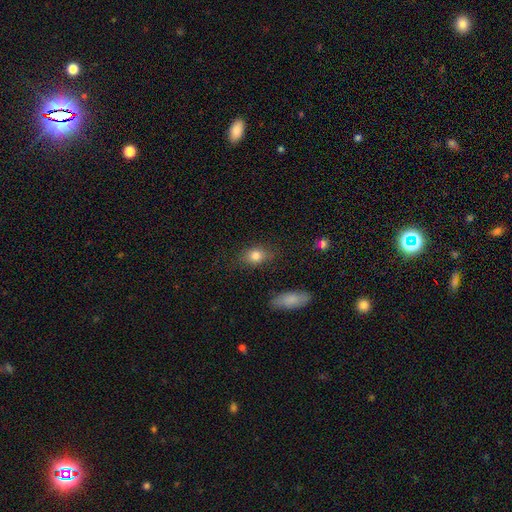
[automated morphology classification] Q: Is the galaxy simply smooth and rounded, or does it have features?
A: smooth — 81%.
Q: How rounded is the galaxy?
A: in between — 69%.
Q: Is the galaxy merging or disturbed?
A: none — 79%.